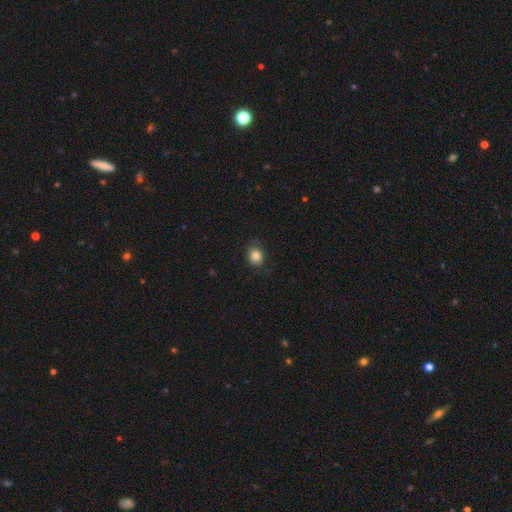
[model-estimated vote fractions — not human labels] Smooth or featured? smooth (85%)
How rounded? round (62%)
Merging? none (78%)